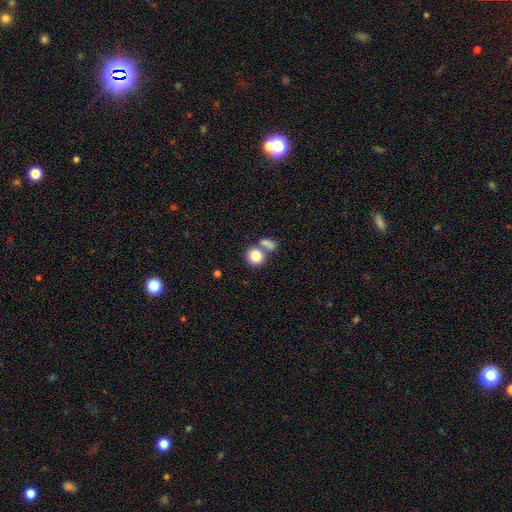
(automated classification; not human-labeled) smooth 83%, star or artifact 9%, featured or disk 8%. Down the decision tree: how rounded — round (79%); merging — none (51%).